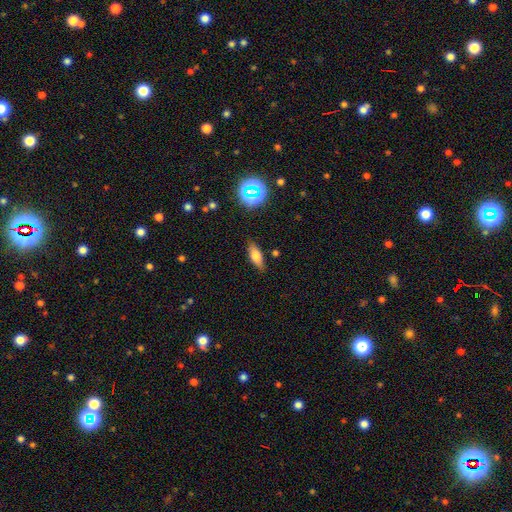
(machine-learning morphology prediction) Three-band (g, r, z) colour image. It shows a smooth galaxy with no disk features (67%) that is in between round and cigar-shaped (66%). Merging: none (84%).